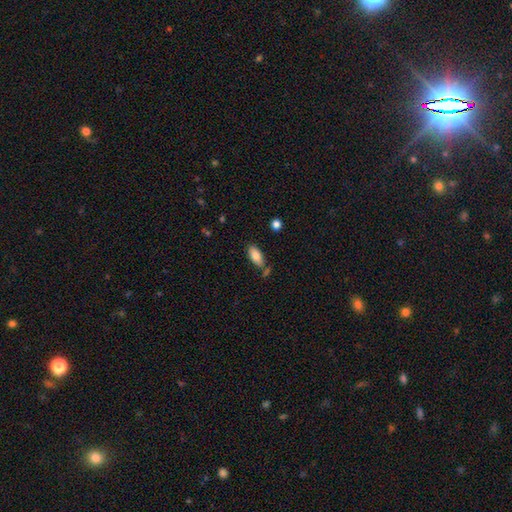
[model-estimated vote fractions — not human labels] A smooth galaxy with no disk features (84%) that is in between round and cigar-shaped (86%).

Vote fractions:
- Smooth or featured? smooth: 84% / featured or disk: 9% / star or artifact: 7%
- How rounded? in between: 86% / cigar-shaped: 12% / round: 2%
- Merging? none: 70% / minor disturbance: 16% / merger: 10% / major disturbance: 4%